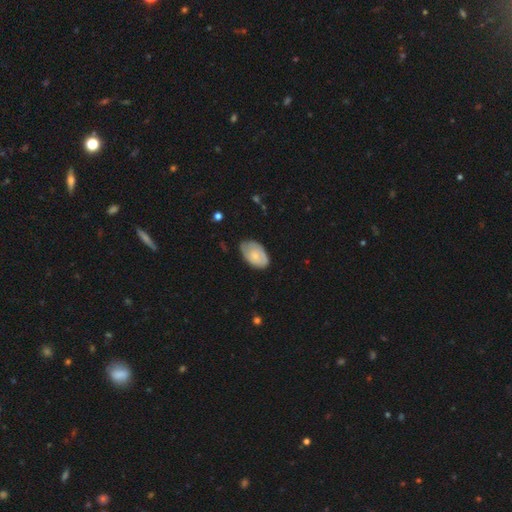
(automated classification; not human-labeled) This appears to be a smooth galaxy with no disk features (58%) that is in between round and cigar-shaped (91%). Merging: none (61%).